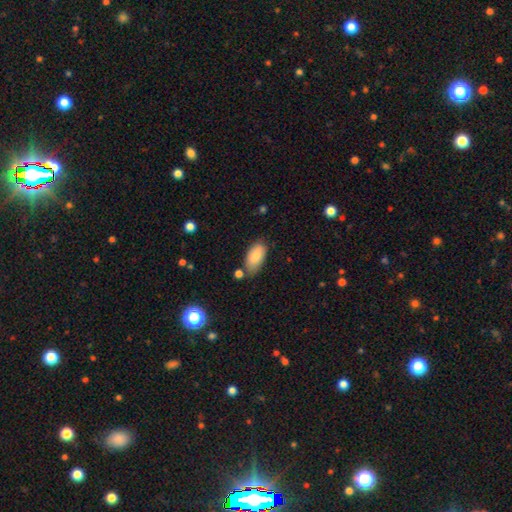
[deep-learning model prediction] Smooth or featured? smooth (83%)
How rounded? in between (93%)
Merging? none (67%)